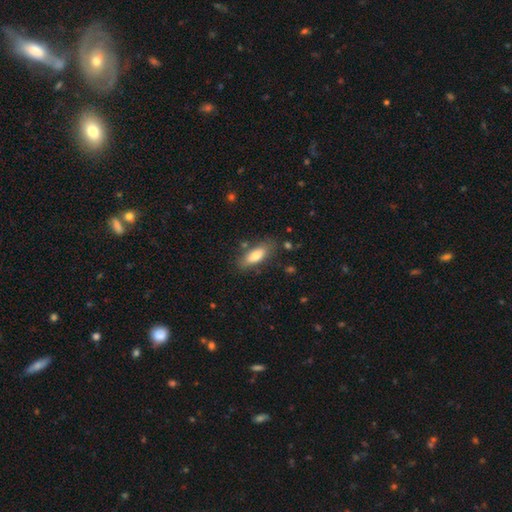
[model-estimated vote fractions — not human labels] Overall: smooth (78%). How rounded: in between (77%). Merging: none (78%).